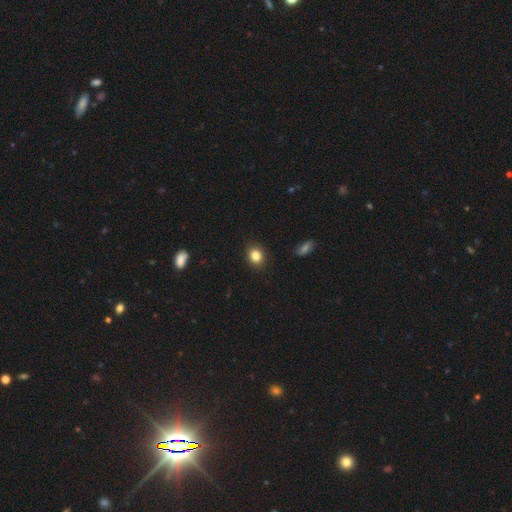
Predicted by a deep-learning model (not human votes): smooth-or-featured: smooth: 84% | star or artifact: 10% | featured or disk: 5%
  how-rounded: round: 64% | in between: 35% | cigar-shaped: 1%
  merging: none: 89% | minor disturbance: 8% | major disturbance: 2% | merger: 1%